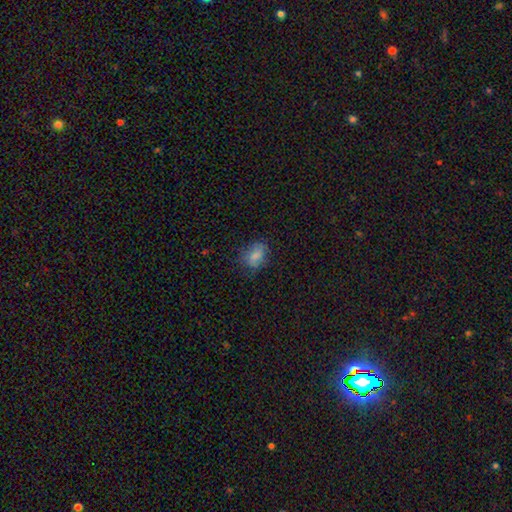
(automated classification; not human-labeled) smooth_or_featured: smooth (p=0.78) [alt: featured or disk p=0.12]
how_rounded: in between (p=0.74) [alt: round p=0.24]
merging: none (p=0.66) [alt: minor disturbance p=0.24]